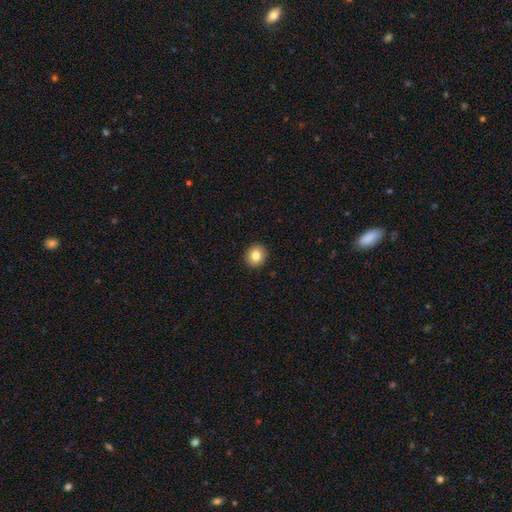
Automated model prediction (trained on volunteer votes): Smooth or featured?
  - smooth: 82% *
  - star or artifact: 10%
  - featured or disk: 8%
How rounded?
  - round: 84% *
  - in between: 15%
  - cigar-shaped: 1%
Merging?
  - none: 93% *
  - minor disturbance: 5%
  - major disturbance: 1%
  - merger: 1%